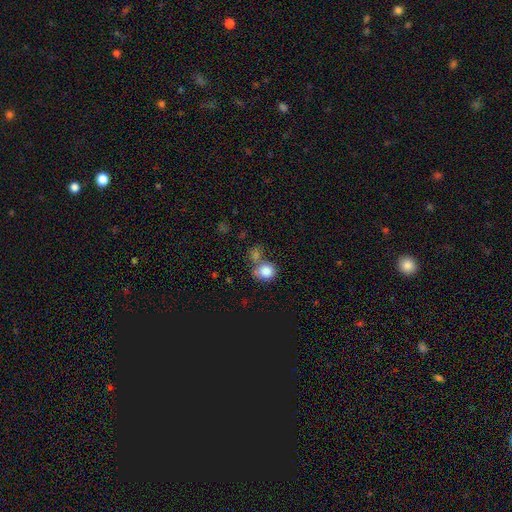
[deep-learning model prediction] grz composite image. It shows a smooth galaxy with no disk features (76%) that is round (72%). Merging: none (50%).